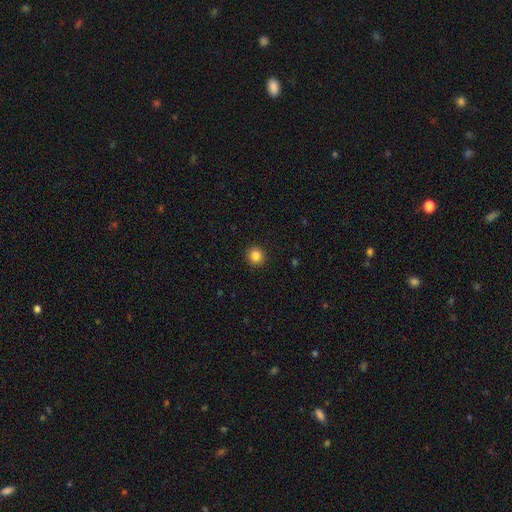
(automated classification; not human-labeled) Morphology: type=smooth (85%); roundness=round (93%); merging=none (93%).